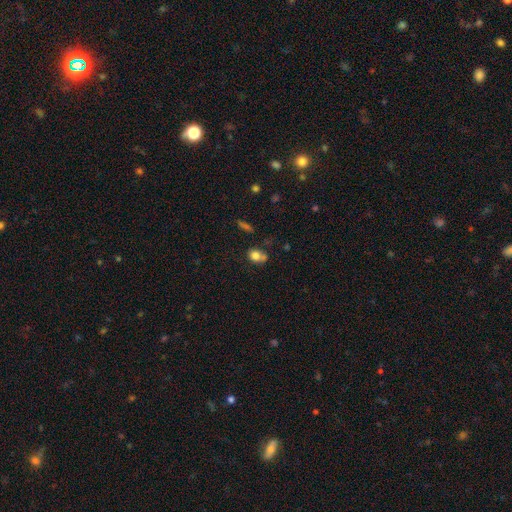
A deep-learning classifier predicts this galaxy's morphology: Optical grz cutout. It shows a smooth galaxy with no disk features (78%) that is in between round and cigar-shaped (50%). Merging: none (49%).